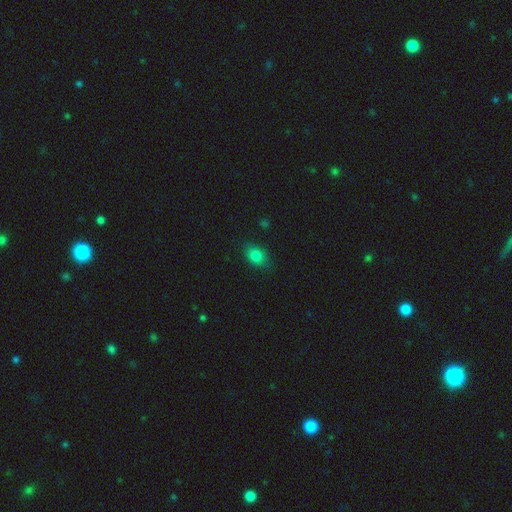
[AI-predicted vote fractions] Smooth or featured? smooth (81%)
How rounded? in between (72%)
Merging? none (78%)